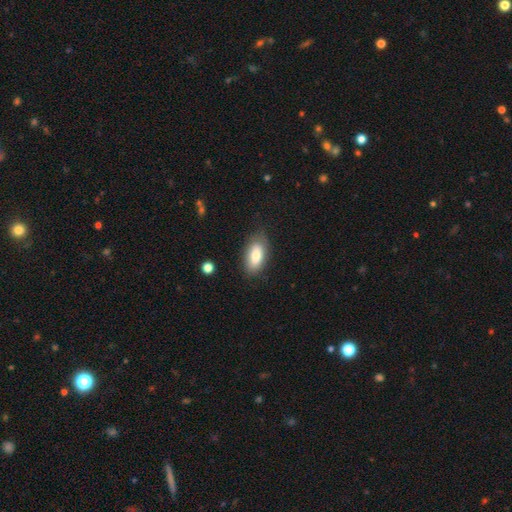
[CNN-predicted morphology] Smooth or featured? smooth (81%)
How rounded? in between (88%)
Merging? none (79%)